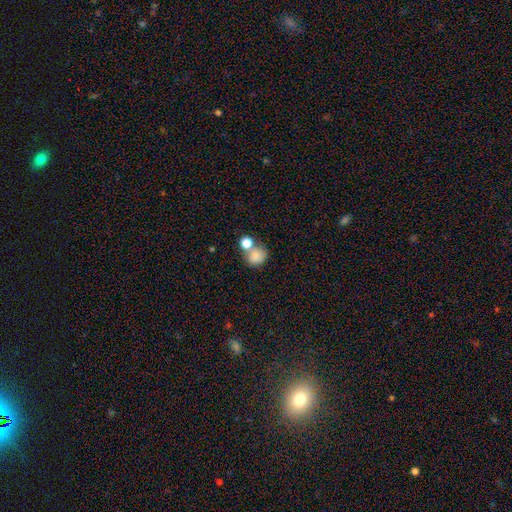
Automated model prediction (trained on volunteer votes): smooth-or-featured: smooth: 81% | star or artifact: 11% | featured or disk: 9%
  how-rounded: round: 75% | in between: 24% | cigar-shaped: 1%
  merging: none: 45% | merger: 39% | minor disturbance: 11% | major disturbance: 5%